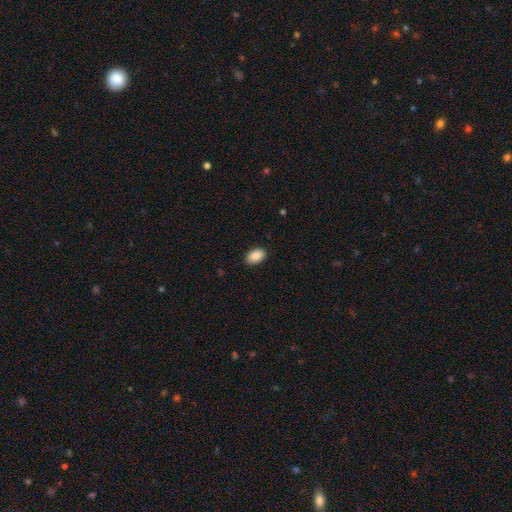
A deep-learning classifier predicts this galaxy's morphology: A smooth galaxy with no disk features (90%) that is in between round and cigar-shaped (91%). Merging: none (88%).